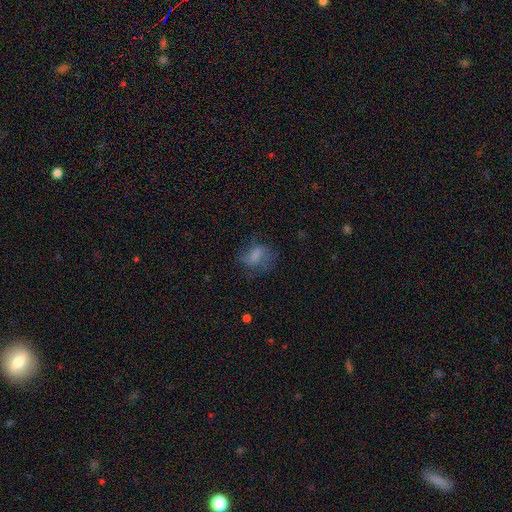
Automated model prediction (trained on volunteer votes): Morphology: type=smooth (61%); roundness=in between (67%); merging=none (46%).